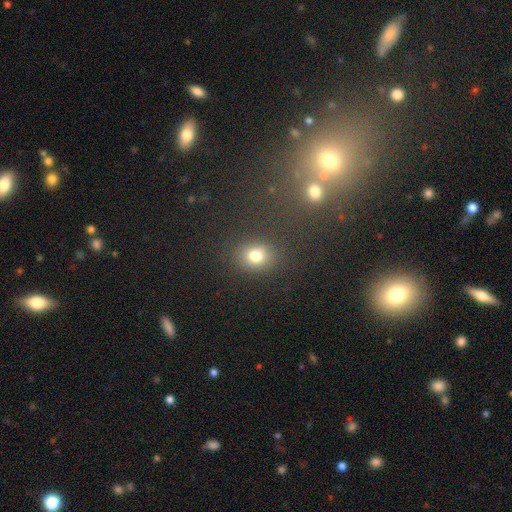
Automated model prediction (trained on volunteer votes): Smooth or featured: smooth — 77% (star or artifact — 16%)
How rounded: round — 66% (in between — 33%)
Merging: none — 83% (minor disturbance — 10%)